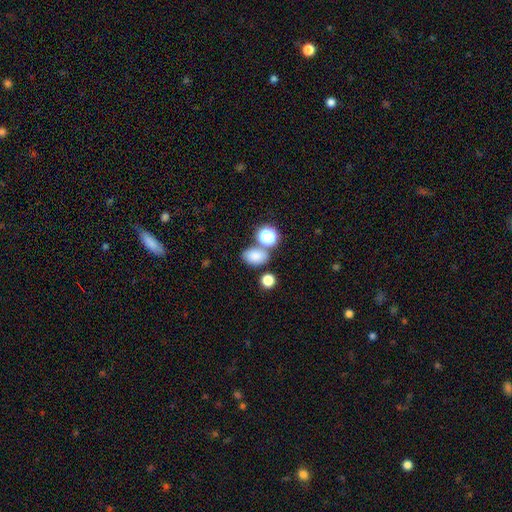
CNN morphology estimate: Smooth or featured?
  - smooth: 80% *
  - star or artifact: 14%
  - featured or disk: 7%
How rounded?
  - in between: 78% *
  - round: 21%
  - cigar-shaped: 1%
Merging?
  - none: 65% *
  - merger: 18%
  - minor disturbance: 13%
  - major disturbance: 4%